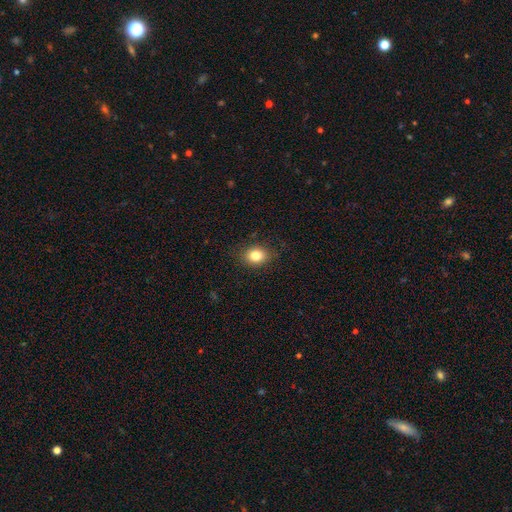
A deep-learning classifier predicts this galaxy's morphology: This is clearly a smooth galaxy (82%). How rounded: possibly in between (50%). Merging: clearly none (85%).